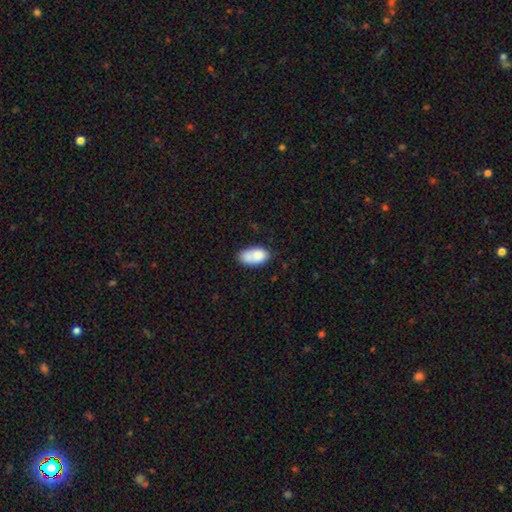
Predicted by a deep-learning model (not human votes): The model was most divided on "merging": none: 55%, minor disturbance: 23%, merger: 16%, major disturbance: 6%. More confident: how rounded — in between (92%); smooth or featured — smooth (80%).